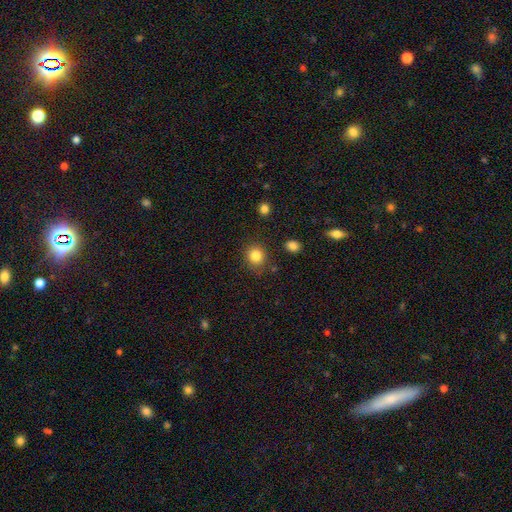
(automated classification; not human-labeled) Morphology: type=smooth (84%); roundness=round (83%); merging=none (84%).